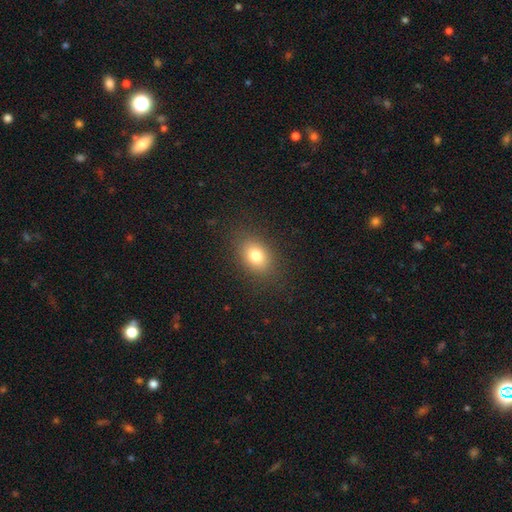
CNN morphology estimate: Smooth or featured?
  - smooth: 78% *
  - star or artifact: 11%
  - featured or disk: 10%
How rounded?
  - in between: 69% *
  - round: 30%
  - cigar-shaped: 1%
Merging?
  - none: 85% *
  - minor disturbance: 10%
  - major disturbance: 4%
  - merger: 1%